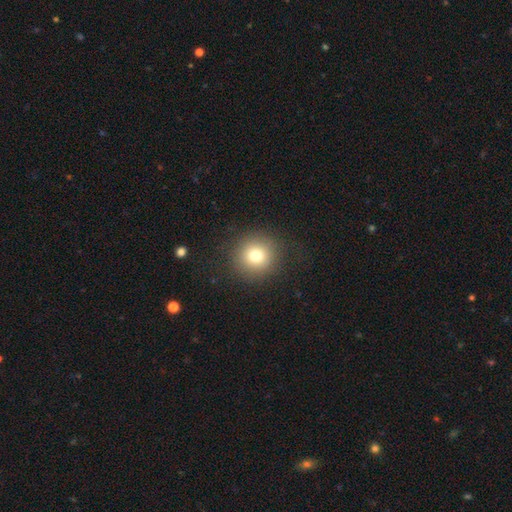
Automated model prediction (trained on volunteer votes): Morphology: type=smooth (77%); roundness=round (94%); merging=none (88%).